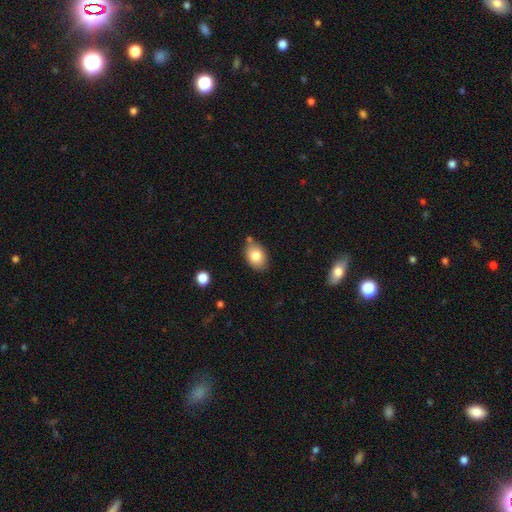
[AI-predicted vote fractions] Smooth or featured: smooth — 81% (featured or disk — 11%)
How rounded: in between — 81% (round — 18%)
Merging: none — 77% (minor disturbance — 15%)